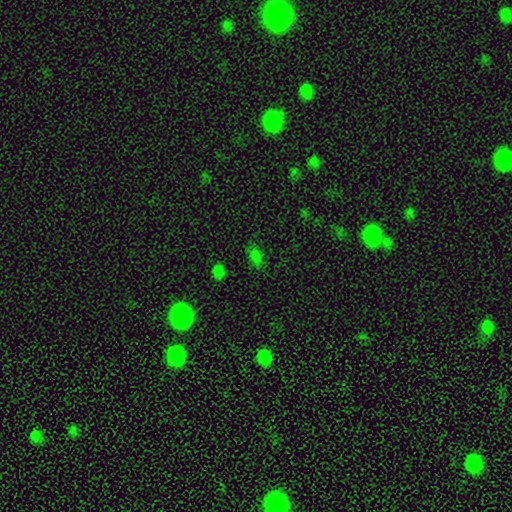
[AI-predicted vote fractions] This appears to be a smooth galaxy with no disk features (61%) that is in between round and cigar-shaped (83%). Merging: none (79%).